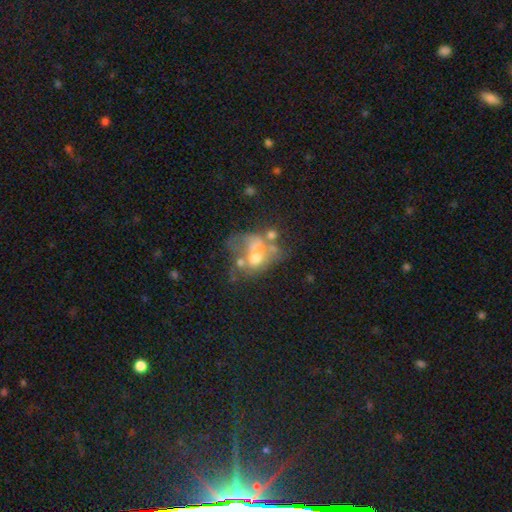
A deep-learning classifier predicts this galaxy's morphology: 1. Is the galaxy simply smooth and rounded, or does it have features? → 50% featured or disk, 35% smooth, 16% star or artifact.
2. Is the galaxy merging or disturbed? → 38% merger, 31% major disturbance, 19% none, 13% minor disturbance.